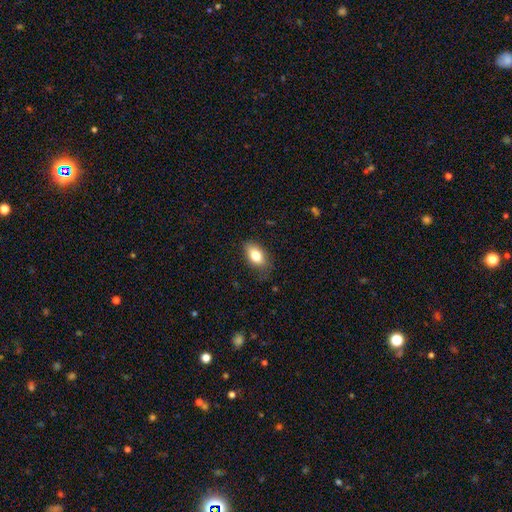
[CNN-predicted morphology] Overall: smooth (79%). How rounded: in between (88%). Merging: none (76%).